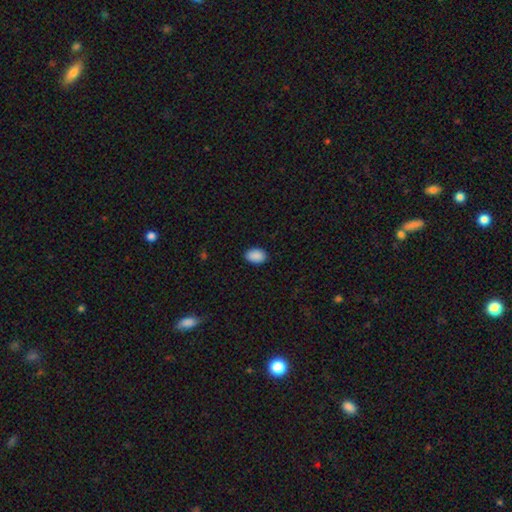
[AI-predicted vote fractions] Smooth or featured? Predicted: smooth (p=0.90). How rounded? Predicted: in between (p=0.84). Merging? Predicted: none (p=0.88).